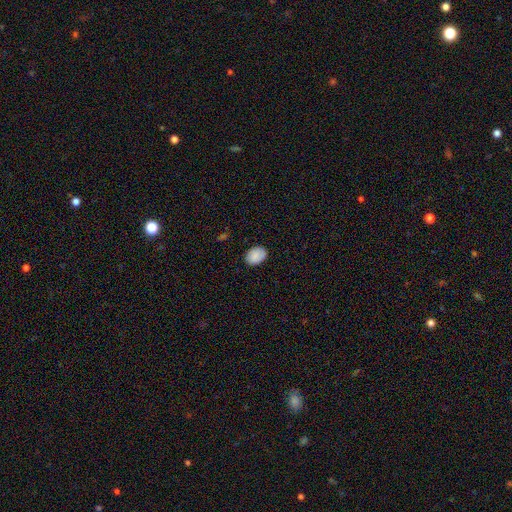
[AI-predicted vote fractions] Overall: smooth (85%). How rounded: in between (74%). Merging: none (85%).